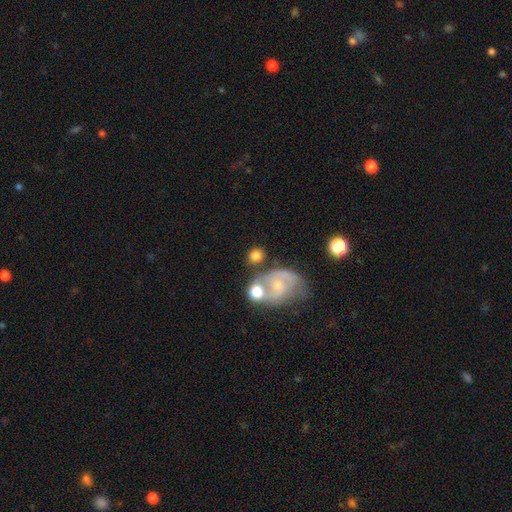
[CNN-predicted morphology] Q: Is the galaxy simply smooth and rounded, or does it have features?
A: smooth — 71%.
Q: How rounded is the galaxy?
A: round — 63%.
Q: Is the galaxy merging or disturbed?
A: none — 59%.